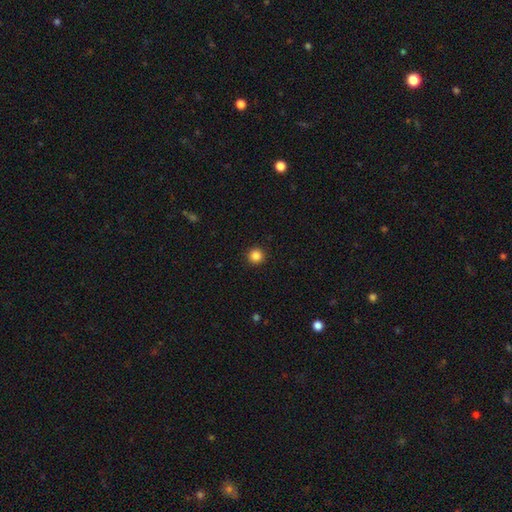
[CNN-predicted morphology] Smooth or featured?
  - smooth: 85% *
  - star or artifact: 11%
  - featured or disk: 3%
How rounded?
  - round: 96% *
  - in between: 3%
  - cigar-shaped: 1%
Merging?
  - none: 93% *
  - minor disturbance: 4%
  - major disturbance: 2%
  - merger: 1%